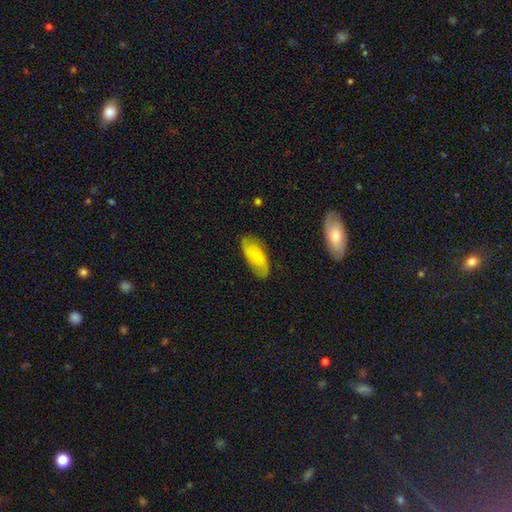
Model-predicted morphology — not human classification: smooth 58%, featured or disk 35%, star or artifact 6%. Down the decision tree: how rounded — in between (88%); merging — none (80%).